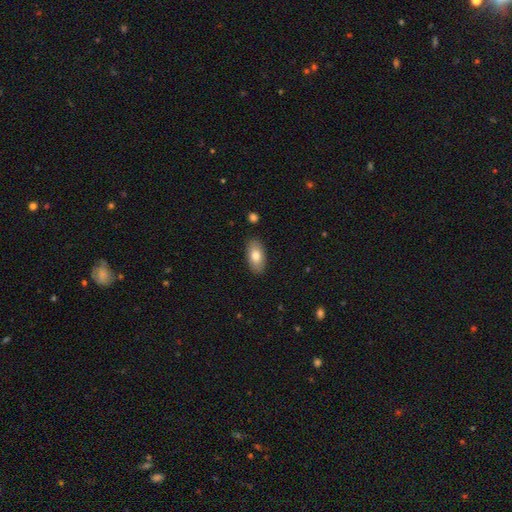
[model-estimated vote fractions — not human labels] smooth 79%, featured or disk 15%, star or artifact 6%. Down the decision tree: how rounded — in between (92%); merging — none (88%).